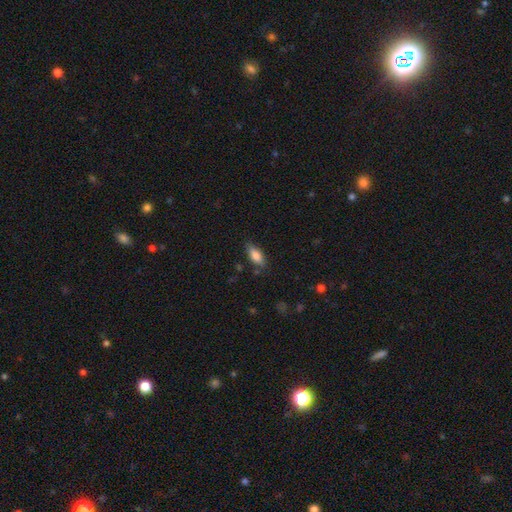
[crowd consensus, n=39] smooth 77%, featured or disk 13%, star or artifact 10%. Down the decision tree: how rounded — in between (73%); merging — none (77%).